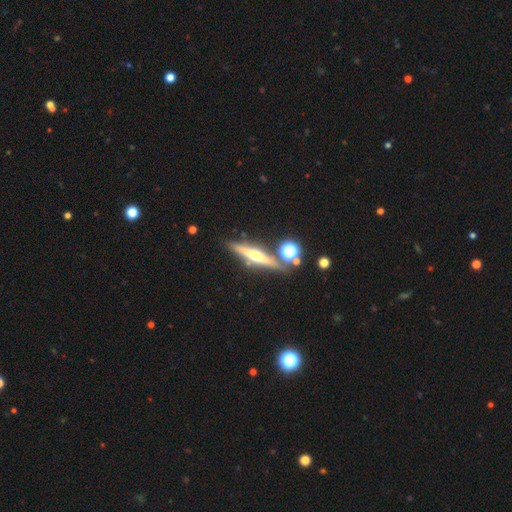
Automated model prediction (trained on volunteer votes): Smooth or featured: featured or disk — 63% (smooth — 27%)
Edge-on disk: yes — 95% (no — 5%)
Edge-on bulge: rounded — 86% (none — 8%)
Merging: none — 78% (minor disturbance — 10%)